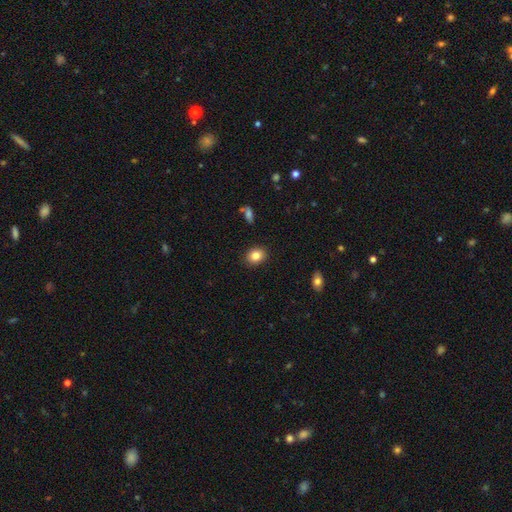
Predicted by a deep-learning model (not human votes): The model was most divided on "how rounded": round: 50%, in between: 49%, cigar-shaped: 1%. More confident: merging — none (89%); smooth or featured — smooth (83%).